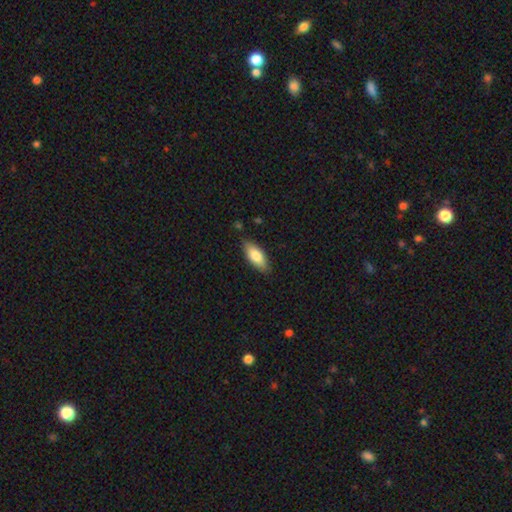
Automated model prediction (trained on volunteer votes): smooth-or-featured: smooth: 79% | featured or disk: 15% | star or artifact: 6%
  how-rounded: in between: 80% | cigar-shaped: 18% | round: 2%
  merging: none: 83% | minor disturbance: 13% | major disturbance: 2% | merger: 2%